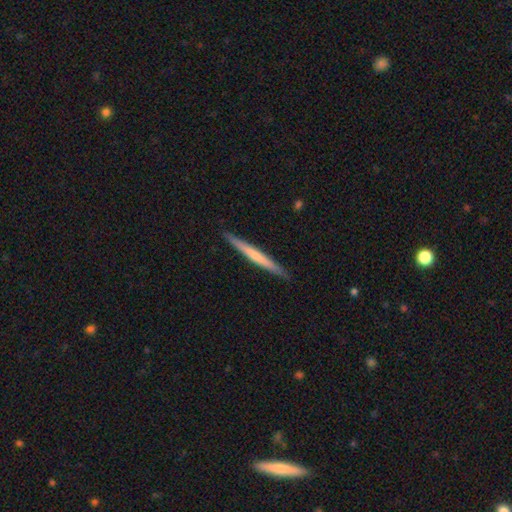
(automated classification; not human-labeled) Q: Smooth or featured?
A: smooth (53%); runner-up: featured or disk (42%)
Q: How rounded?
A: cigar-shaped (97%); runner-up: in between (2%)
Q: Merging?
A: none (91%); runner-up: minor disturbance (7%)